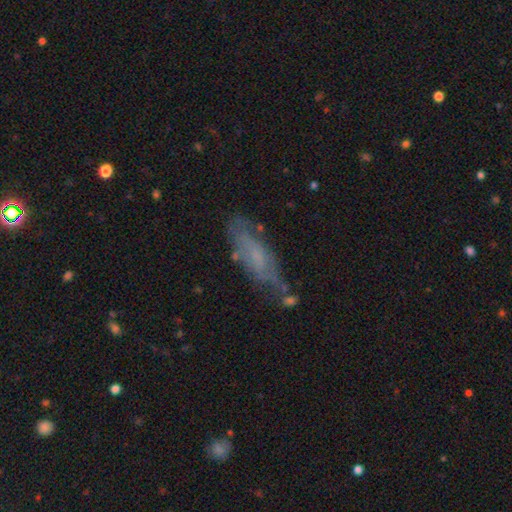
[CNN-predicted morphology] smooth 45%, featured or disk 44%, star or artifact 11%. Down the decision tree: merging — none (54%).